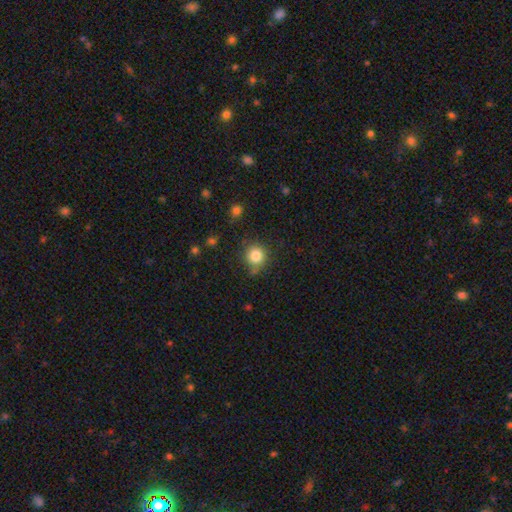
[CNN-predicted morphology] A smooth galaxy with no disk features (83%) that is round (90%).

Vote fractions:
- Smooth or featured? smooth: 83% / star or artifact: 11% / featured or disk: 6%
- How rounded? round: 90% / in between: 9% / cigar-shaped: 1%
- Merging? none: 76% / minor disturbance: 16% / merger: 4% / major disturbance: 4%